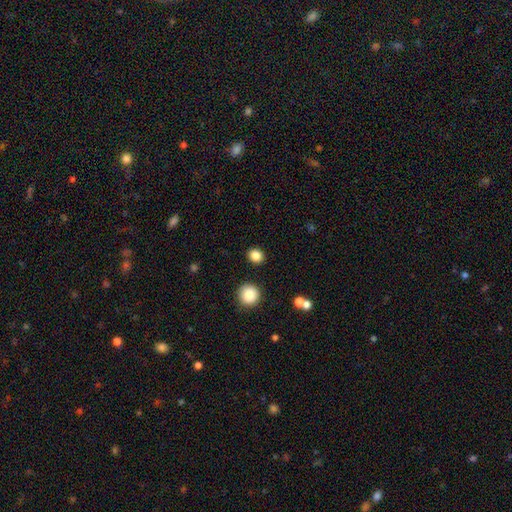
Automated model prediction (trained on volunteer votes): smooth-or-featured: smooth: 84% | star or artifact: 11% | featured or disk: 4%
  how-rounded: round: 79% | in between: 20% | cigar-shaped: 1%
  merging: none: 89% | minor disturbance: 6% | merger: 3% | major disturbance: 2%